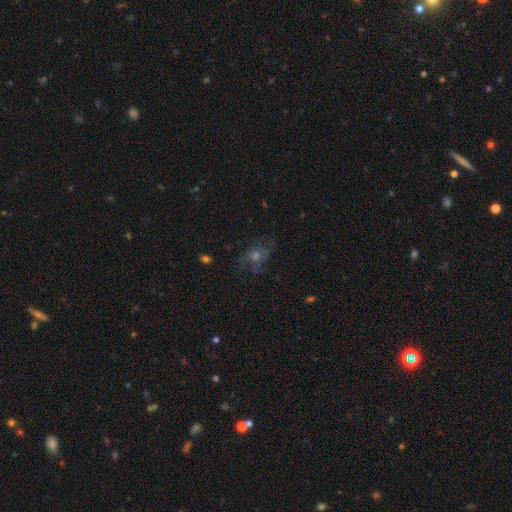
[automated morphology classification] smooth-or-featured: featured or disk: 46% | star or artifact: 28% | smooth: 26%
  merging: none: 67% | minor disturbance: 17% | major disturbance: 14% | merger: 2%